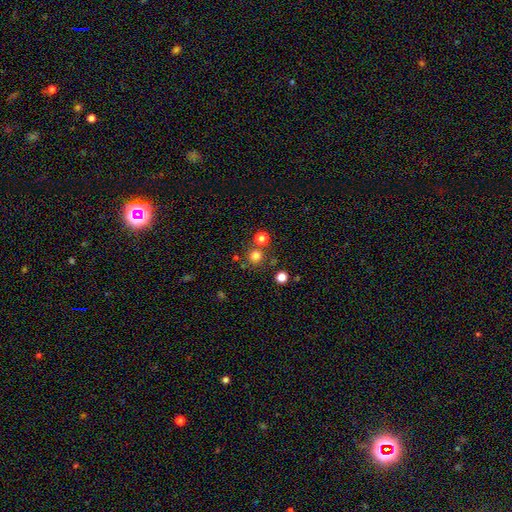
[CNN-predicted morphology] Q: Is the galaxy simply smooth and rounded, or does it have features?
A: smooth — 77%.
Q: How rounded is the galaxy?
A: round — 93%.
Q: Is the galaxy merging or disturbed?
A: none — 75%.